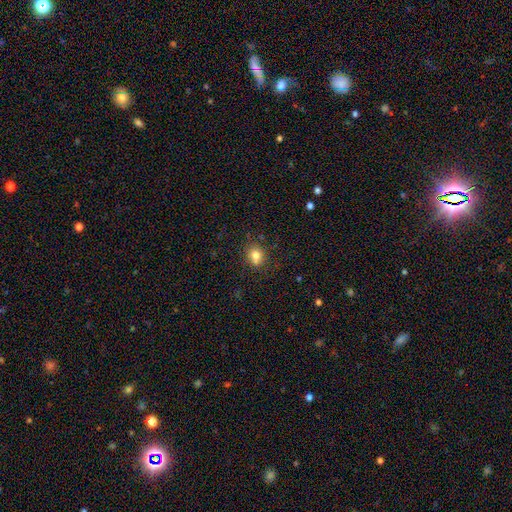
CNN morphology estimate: A smooth galaxy with no disk features (78%) that is round (66%). Merging: none (71%).